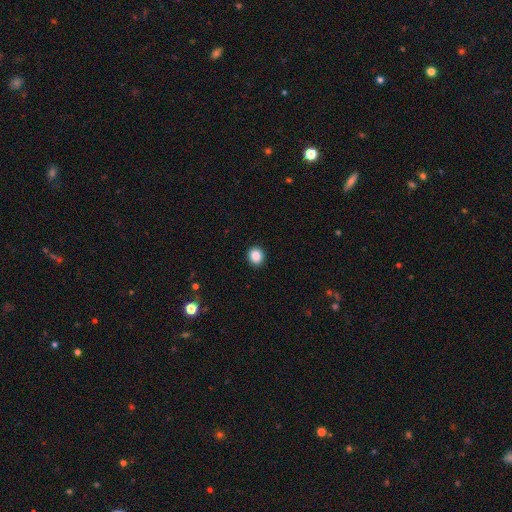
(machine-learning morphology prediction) smooth-or-featured: smooth: 88% | star or artifact: 9% | featured or disk: 3%
  how-rounded: round: 75% | in between: 24% | cigar-shaped: 1%
  merging: none: 92% | minor disturbance: 5% | major disturbance: 2% | merger: 1%